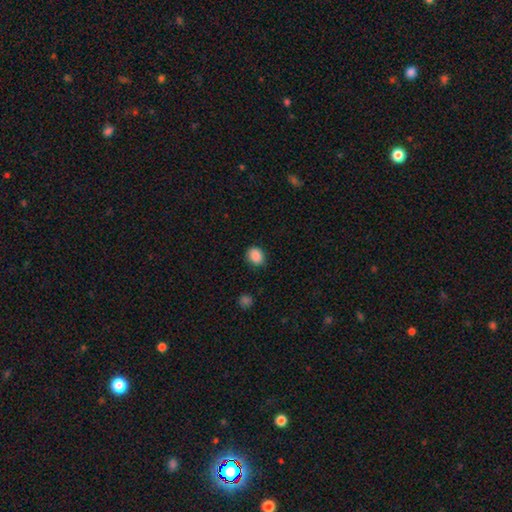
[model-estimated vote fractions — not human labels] This appears to be a smooth galaxy with no disk features (88%) that is round (53%). Merging: none (82%).